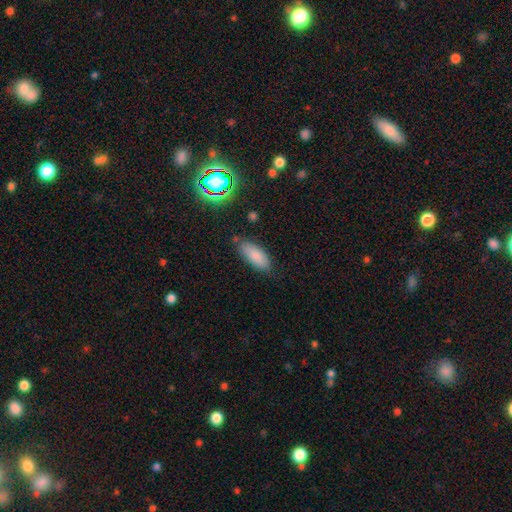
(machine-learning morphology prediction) Q: Smooth or featured?
A: smooth (83%); runner-up: star or artifact (9%)
Q: How rounded?
A: in between (80%); runner-up: cigar-shaped (18%)
Q: Merging?
A: none (75%); runner-up: minor disturbance (18%)